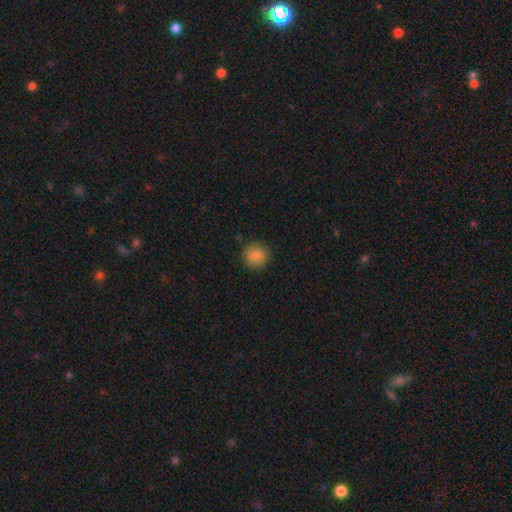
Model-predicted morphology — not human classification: Smooth or featured? Predicted: smooth (p=0.85). How rounded? Predicted: round (p=0.91). Merging? Predicted: none (p=0.87).